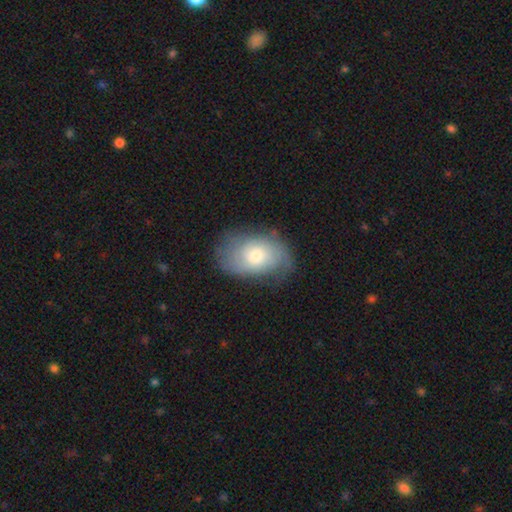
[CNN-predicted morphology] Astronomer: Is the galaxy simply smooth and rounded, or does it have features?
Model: smooth — 51% (runner-up: featured or disk, 41%).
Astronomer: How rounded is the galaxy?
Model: in between — 82%.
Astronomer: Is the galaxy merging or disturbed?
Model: none — 67%.